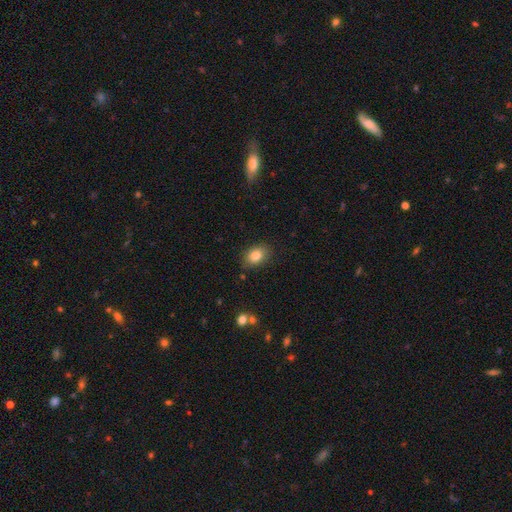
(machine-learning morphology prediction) Smooth or featured?
  - smooth: 83% *
  - star or artifact: 9%
  - featured or disk: 8%
How rounded?
  - in between: 78% *
  - round: 21%
  - cigar-shaped: 1%
Merging?
  - none: 85% *
  - minor disturbance: 11%
  - major disturbance: 3%
  - merger: 2%